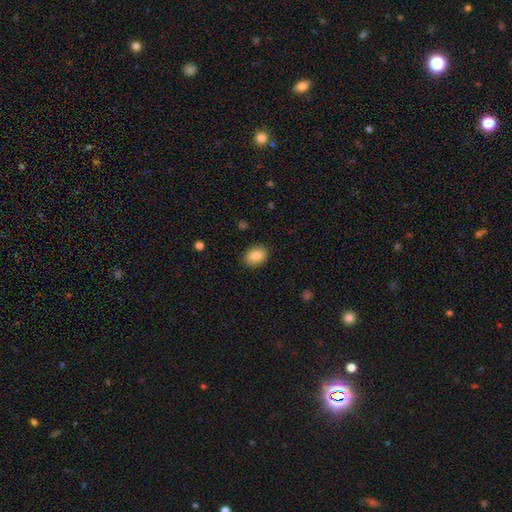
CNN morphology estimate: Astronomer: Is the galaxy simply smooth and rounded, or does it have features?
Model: smooth — 86%.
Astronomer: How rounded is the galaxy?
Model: in between — 69%.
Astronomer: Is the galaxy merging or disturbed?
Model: none — 88%.